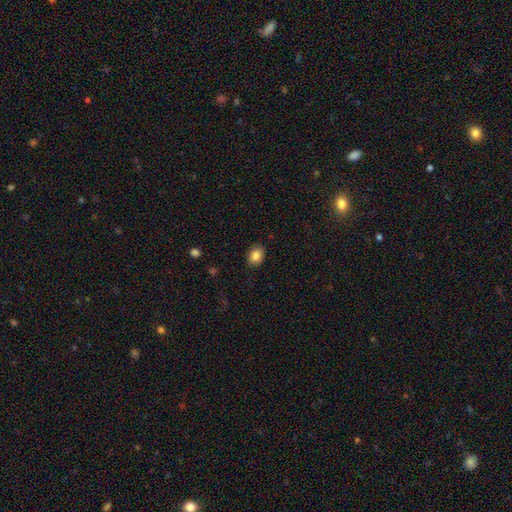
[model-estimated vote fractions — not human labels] A smooth galaxy with no disk features (84%) that is in between round and cigar-shaped (64%). Merging: none (86%).